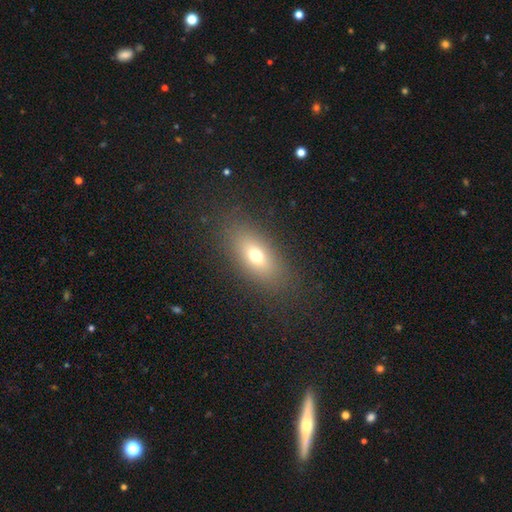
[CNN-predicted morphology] A smooth galaxy with no disk features (68%) that is in between round and cigar-shaped (80%).

Vote fractions:
- Smooth or featured? smooth: 68% / featured or disk: 19% / star or artifact: 13%
- How rounded? in between: 80% / cigar-shaped: 10% / round: 10%
- Merging? none: 83% / minor disturbance: 10% / major disturbance: 6% / merger: 1%